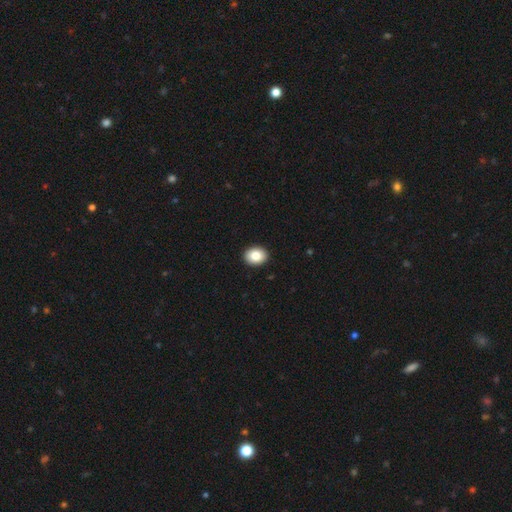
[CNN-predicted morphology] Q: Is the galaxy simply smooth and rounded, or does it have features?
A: smooth — 85%.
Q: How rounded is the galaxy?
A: in between — 59%.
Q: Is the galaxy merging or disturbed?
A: none — 92%.